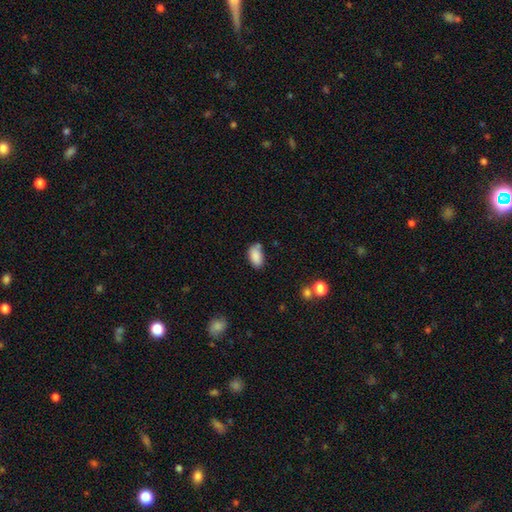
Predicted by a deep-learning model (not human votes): Overall: smooth (87%). How rounded: in between (93%). Merging: none (66%).